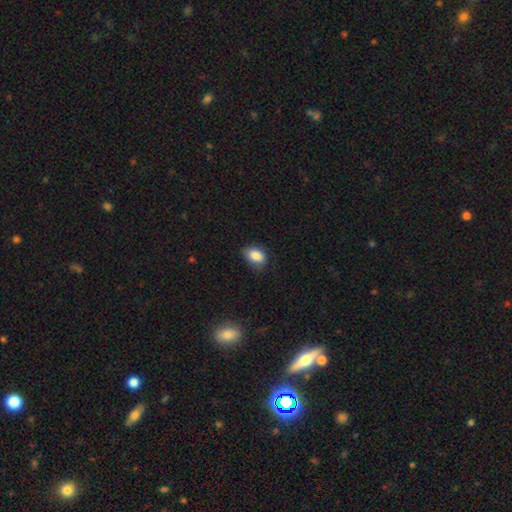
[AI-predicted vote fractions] Overall: smooth (86%). How rounded: in between (83%). Merging: none (69%).